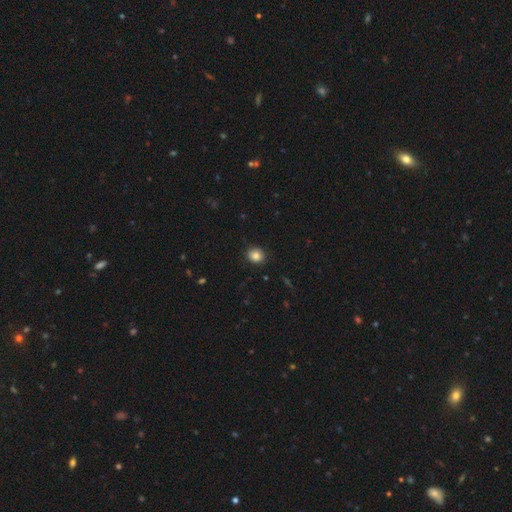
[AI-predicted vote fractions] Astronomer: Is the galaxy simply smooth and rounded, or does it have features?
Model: smooth — 83%.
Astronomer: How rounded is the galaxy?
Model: round — 78%.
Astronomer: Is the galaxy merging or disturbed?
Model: none — 89%.